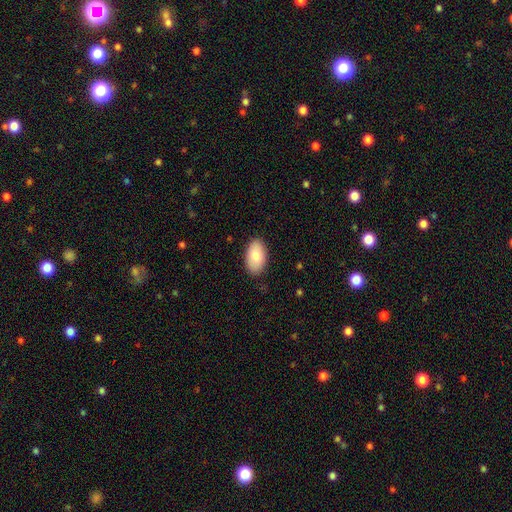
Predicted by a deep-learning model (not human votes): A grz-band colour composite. It shows a smooth galaxy with no disk features (82%) that is in between round and cigar-shaped (94%). Merging: none (87%).